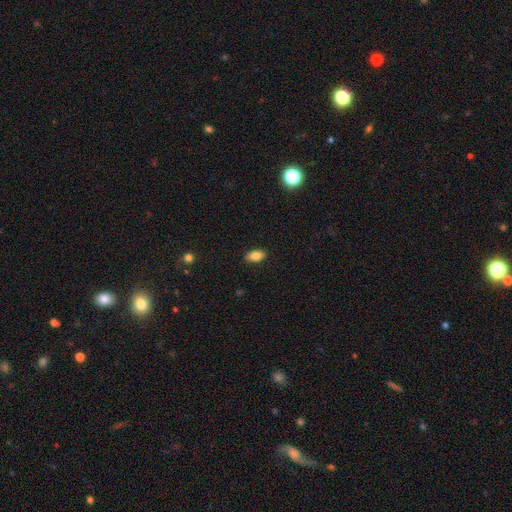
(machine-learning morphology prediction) Q: Smooth or featured?
A: smooth (83%); runner-up: featured or disk (8%)
Q: How rounded?
A: in between (90%); runner-up: cigar-shaped (5%)
Q: Merging?
A: none (87%); runner-up: minor disturbance (10%)